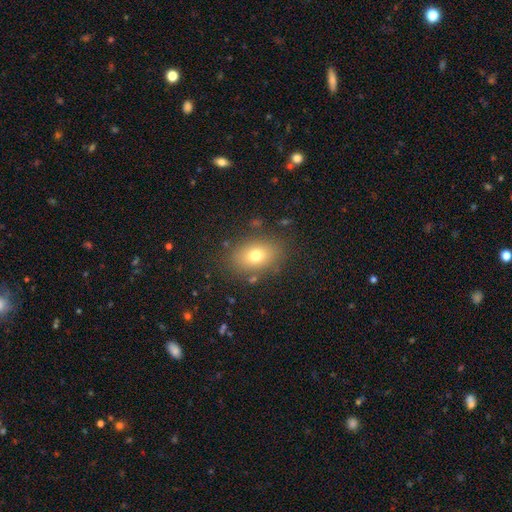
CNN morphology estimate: smooth-or-featured: smooth: 73% | featured or disk: 14% | star or artifact: 12%
  how-rounded: in between: 72% | round: 27% | cigar-shaped: 1%
  merging: none: 83% | minor disturbance: 11% | major disturbance: 4% | merger: 2%